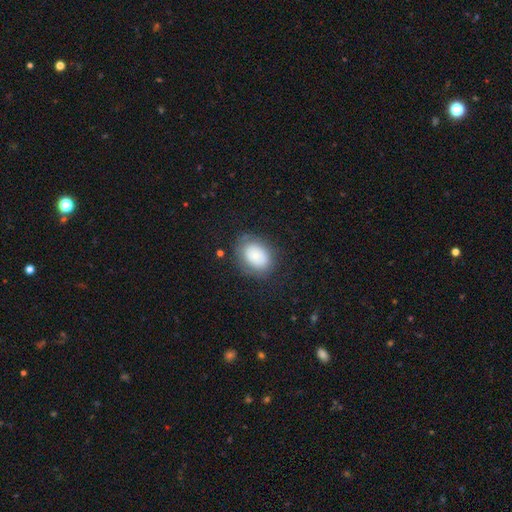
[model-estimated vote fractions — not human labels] Smooth or featured? Predicted: smooth (p=0.73). How rounded? Predicted: in between (p=0.70). Merging? Predicted: none (p=0.73).